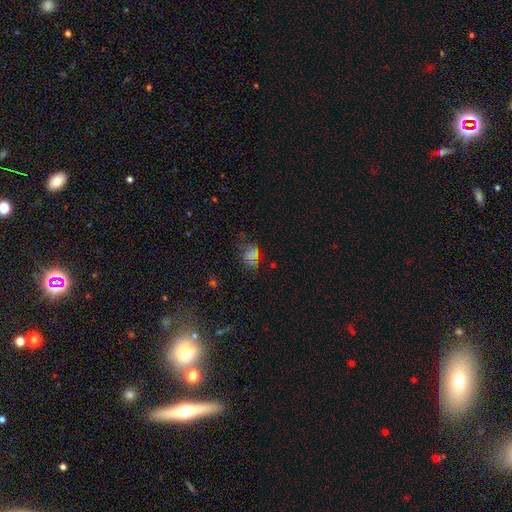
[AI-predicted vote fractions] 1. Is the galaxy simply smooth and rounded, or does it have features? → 54% smooth, 33% star or artifact, 14% featured or disk.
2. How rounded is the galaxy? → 61% in between, 37% round, 2% cigar-shaped.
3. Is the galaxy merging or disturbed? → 58% none, 22% minor disturbance, 14% major disturbance, 6% merger.